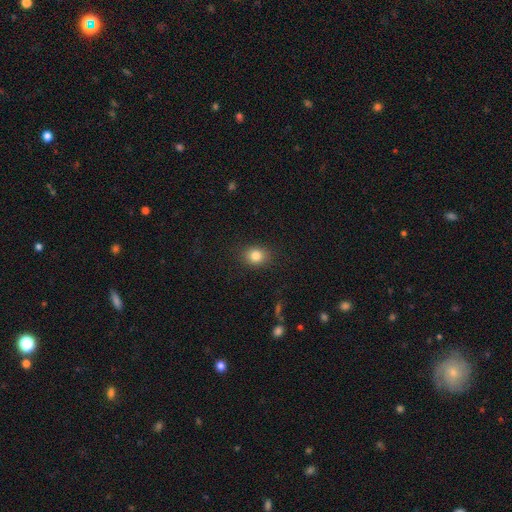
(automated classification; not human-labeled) The model was most divided on "how rounded": round: 61%, in between: 38%, cigar-shaped: 1%. More confident: merging — none (88%); smooth or featured — smooth (83%).